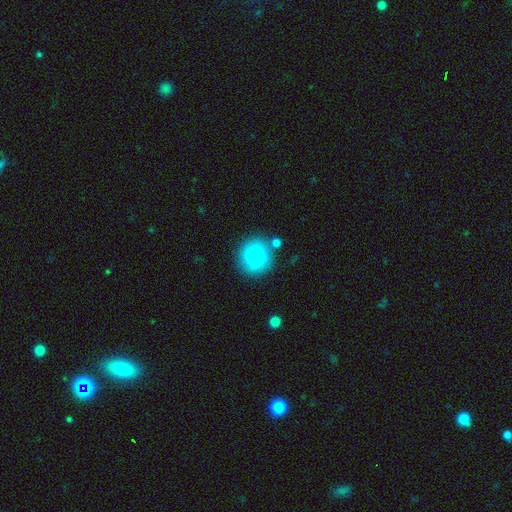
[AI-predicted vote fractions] A smooth galaxy with no disk features (86%) that is round (91%). Merging: none (74%).